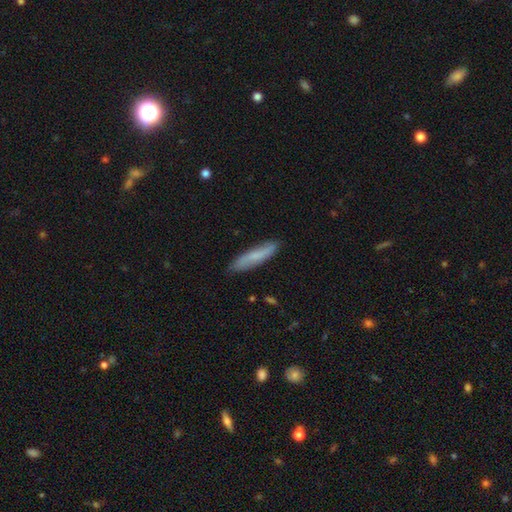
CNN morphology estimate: The model was most divided on "smooth or featured": smooth: 65%, featured or disk: 29%, star or artifact: 7%. More confident: merging — none (86%); how rounded — cigar-shaped (84%).